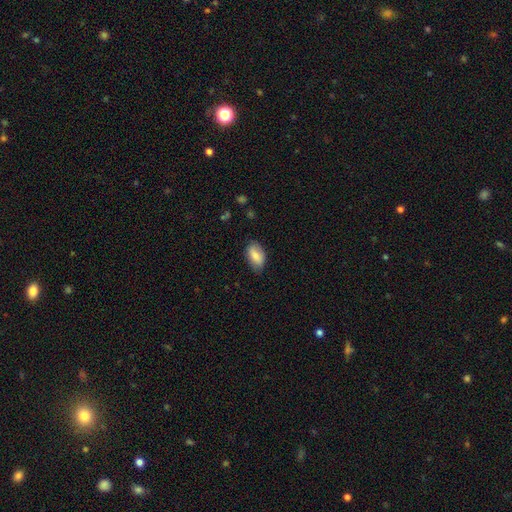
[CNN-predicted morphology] smooth_or_featured: smooth (p=0.80) [alt: featured or disk p=0.14]
how_rounded: in between (p=0.92) [alt: round p=0.05]
merging: none (p=0.77) [alt: minor disturbance p=0.19]